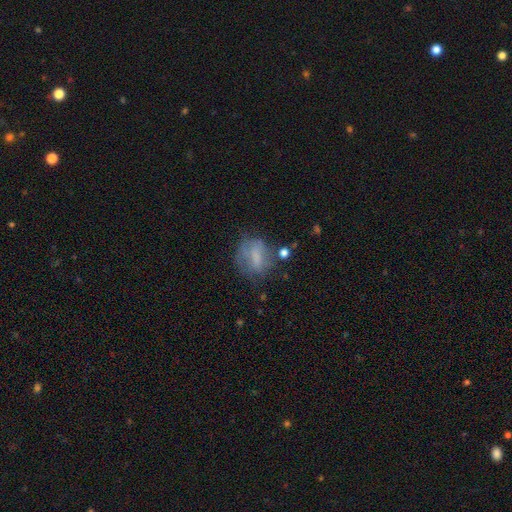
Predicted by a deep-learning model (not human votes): Smooth or featured?
  - smooth: 57% *
  - featured or disk: 32%
  - star or artifact: 12%
How rounded?
  - round: 51% *
  - in between: 45%
  - cigar-shaped: 3%
Merging?
  - none: 48% *
  - minor disturbance: 25%
  - major disturbance: 20%
  - merger: 6%